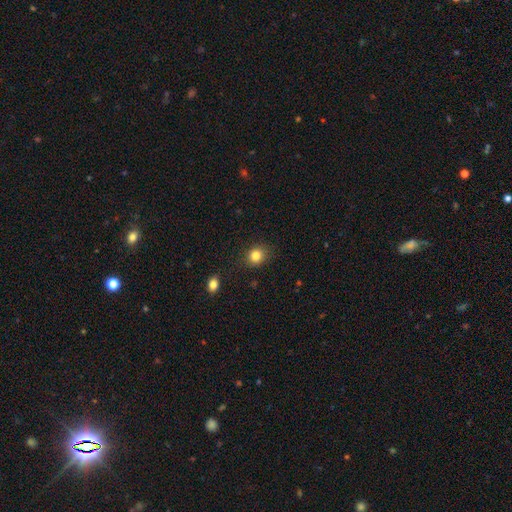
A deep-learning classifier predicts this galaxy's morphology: A smooth galaxy with no disk features (83%) that is round (74%).

Vote fractions:
- Smooth or featured? smooth: 83% / star or artifact: 11% / featured or disk: 5%
- How rounded? round: 74% / in between: 25% / cigar-shaped: 1%
- Merging? none: 85% / minor disturbance: 10% / major disturbance: 3% / merger: 2%